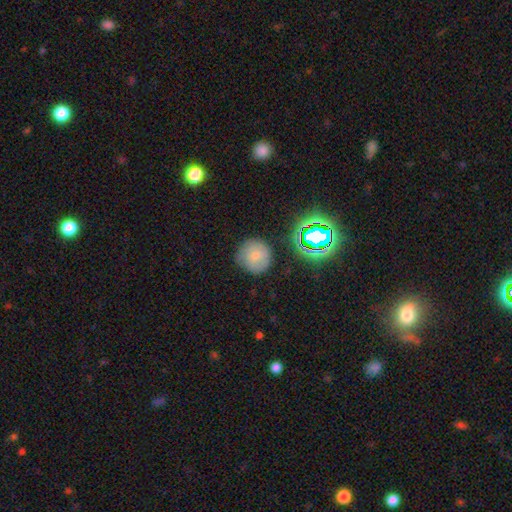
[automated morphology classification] Smooth or featured?
  - smooth: 71% *
  - star or artifact: 15%
  - featured or disk: 14%
How rounded?
  - round: 93% *
  - in between: 6%
  - cigar-shaped: 1%
Merging?
  - none: 79% *
  - minor disturbance: 14%
  - major disturbance: 4%
  - merger: 3%